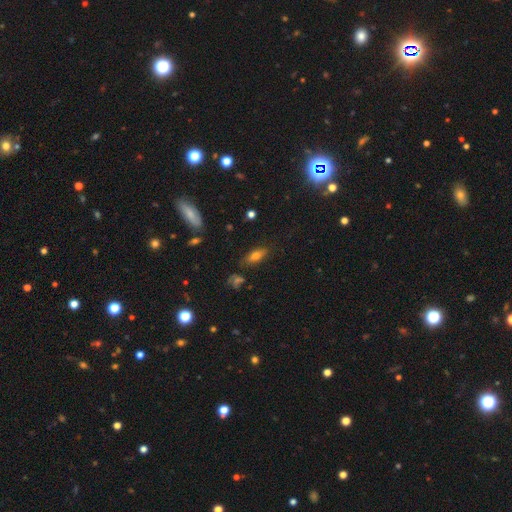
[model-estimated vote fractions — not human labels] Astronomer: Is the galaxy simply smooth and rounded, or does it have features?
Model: smooth — 67%.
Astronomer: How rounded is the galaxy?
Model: in between — 72%.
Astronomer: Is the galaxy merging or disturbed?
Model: none — 77%.